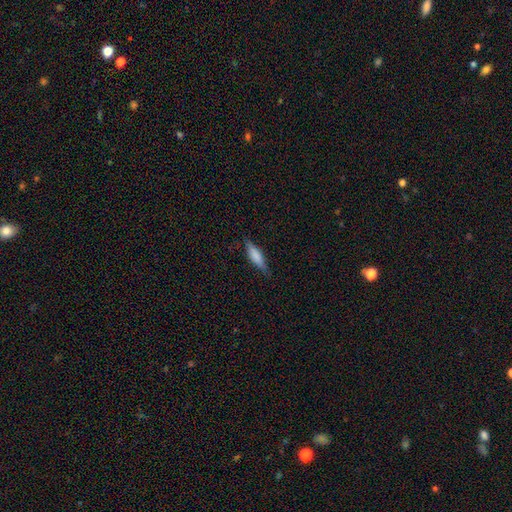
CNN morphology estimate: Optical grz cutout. It shows a smooth galaxy with no disk features (71%) that is cigar-shaped (63%). Merging: none (77%).